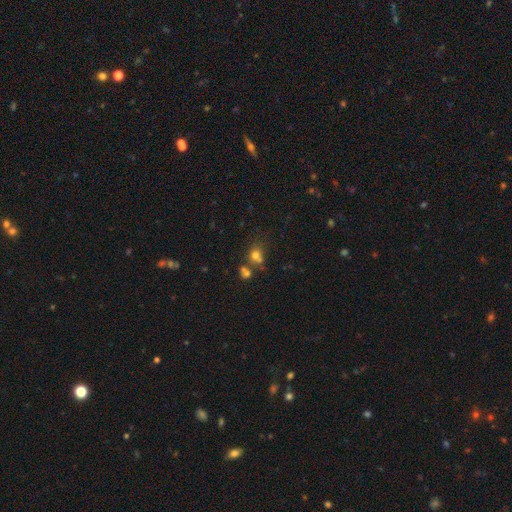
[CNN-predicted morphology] A smooth galaxy with no disk features (70%) that is round (70%). Merging: none (47%).